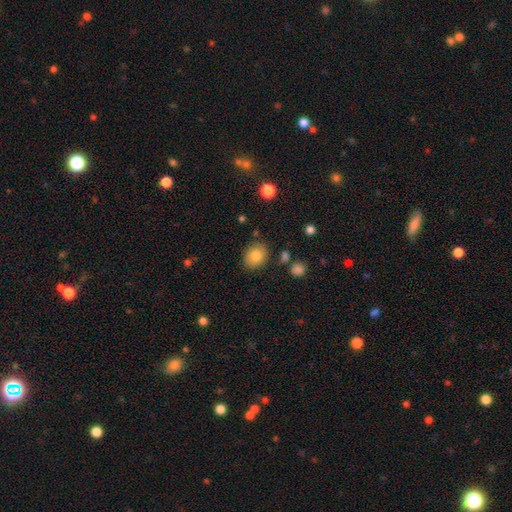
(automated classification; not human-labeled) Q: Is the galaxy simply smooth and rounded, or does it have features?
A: smooth — 81%.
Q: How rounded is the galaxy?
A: in between — 50%.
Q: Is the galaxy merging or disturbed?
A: none — 83%.